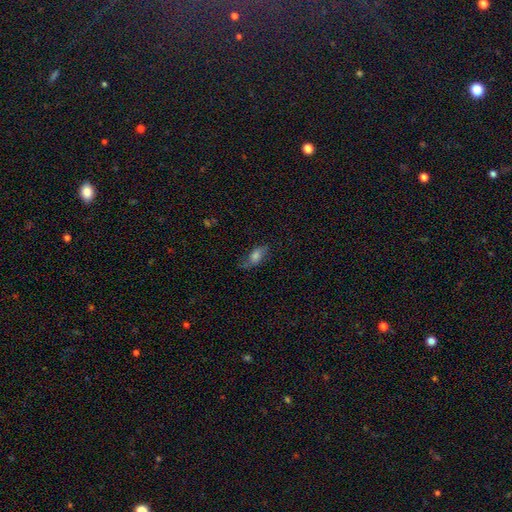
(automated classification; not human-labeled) The model was most divided on "smooth or featured": smooth: 58%, featured or disk: 30%, star or artifact: 12%. More confident: how rounded — in between (82%); merging — none (65%).